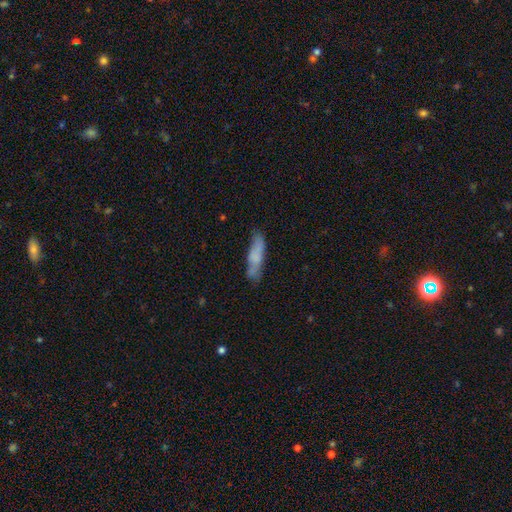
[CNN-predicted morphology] smooth_or_featured: smooth (p=0.67) [alt: featured or disk p=0.25]
how_rounded: cigar-shaped (p=0.69) [alt: in between p=0.29]
merging: none (p=0.59) [alt: minor disturbance p=0.26]